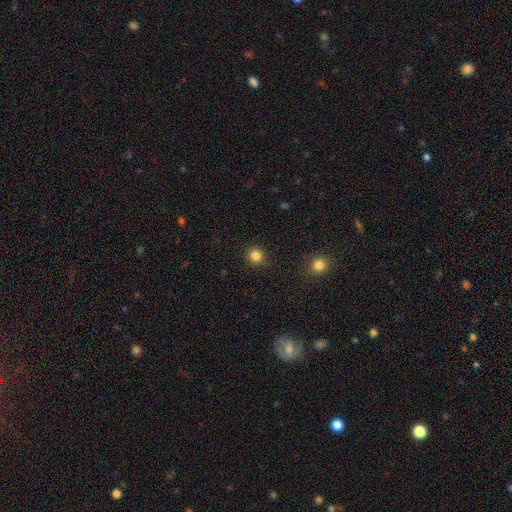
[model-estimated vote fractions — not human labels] Smooth or featured: smooth — 83% (star or artifact — 13%)
How rounded: round — 92% (in between — 7%)
Merging: none — 92% (minor disturbance — 5%)